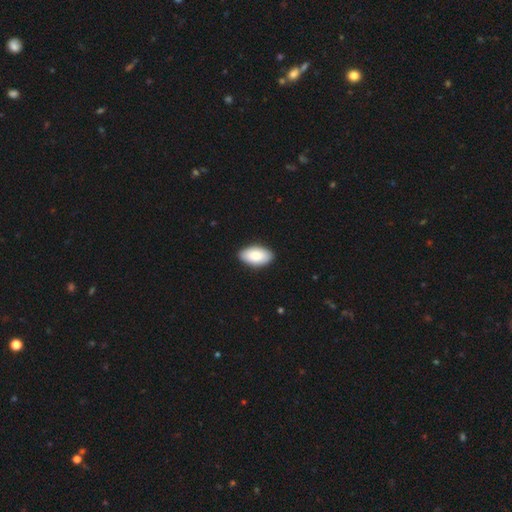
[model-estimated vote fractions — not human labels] Smooth or featured? Predicted: smooth (p=0.87). How rounded? Predicted: in between (p=0.96). Merging? Predicted: none (p=0.89).